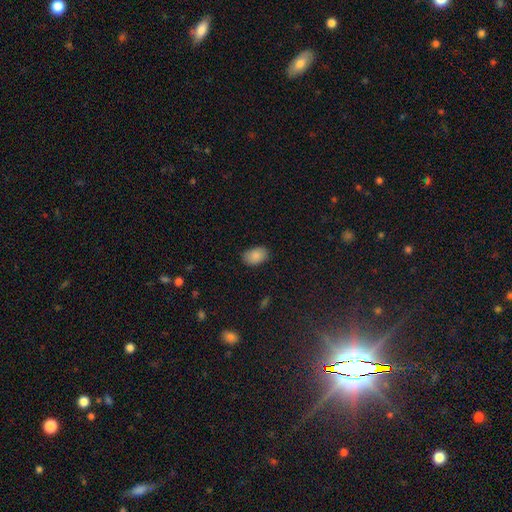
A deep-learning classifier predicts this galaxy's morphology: Overall: smooth (88%). How rounded: in between (87%). Merging: none (86%).